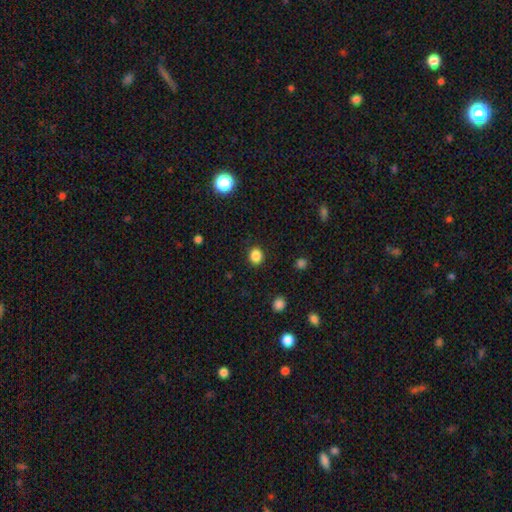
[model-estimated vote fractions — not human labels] A smooth galaxy with no disk features (86%) that is round (73%).

Vote fractions:
- Smooth or featured? smooth: 86% / star or artifact: 11% / featured or disk: 3%
- How rounded? round: 73% / in between: 26% / cigar-shaped: 1%
- Merging? none: 90% / minor disturbance: 7% / major disturbance: 2% / merger: 1%